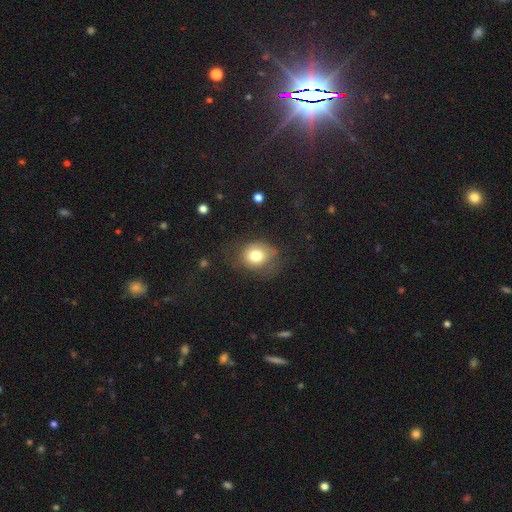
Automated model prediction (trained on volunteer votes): This is likely a smooth galaxy (76%). How rounded: likely round (65%). Merging: likely none (61%).